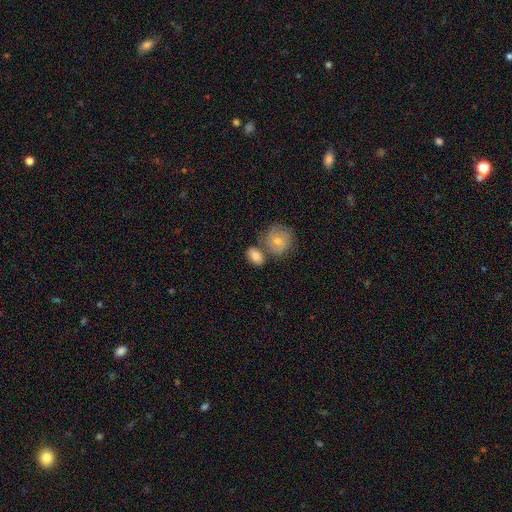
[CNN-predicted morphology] The model was most divided on "merging": none: 56%, merger: 25%, minor disturbance: 15%, major disturbance: 5%. More confident: smooth or featured — smooth (82%); how rounded — in between (76%).